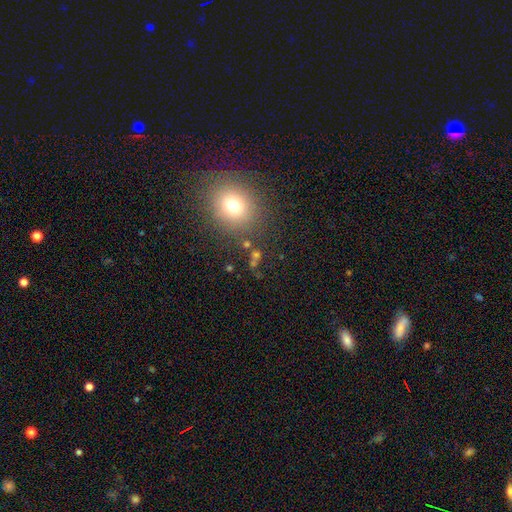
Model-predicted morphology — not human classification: Overall: smooth (60%; star or artifact 29%). How rounded: round (76%). Merging: none (83%).